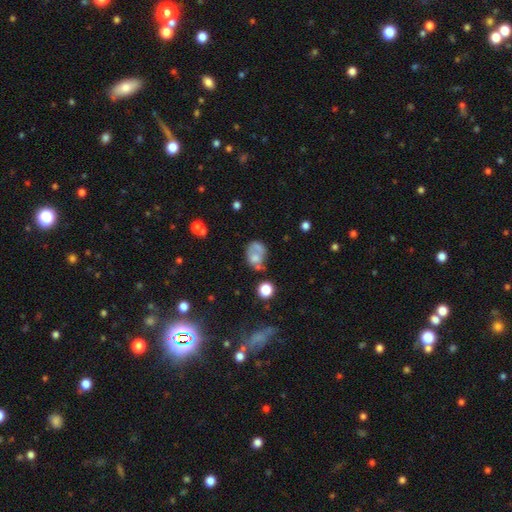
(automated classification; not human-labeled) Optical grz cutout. It shows a smooth galaxy with no disk features (56%) that is in between round and cigar-shaped (56%). Merging: none (30%).